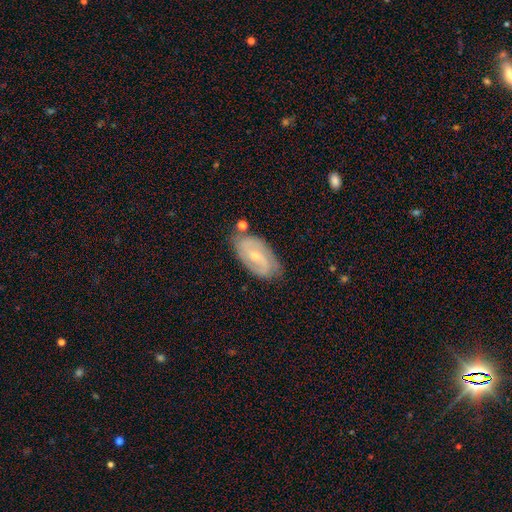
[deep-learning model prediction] Smooth or featured? featured or disk (75%)
Edge-on disk? no (94%)
Bar? no (46%)
Spiral arms? yes (90%)
Spiral winding? medium (43%)
Spiral arm count? 2 (74%)
Bulge size? small (63%)
Merging? none (73%)